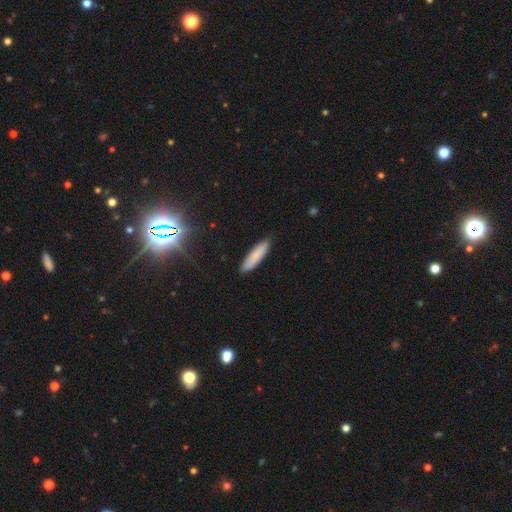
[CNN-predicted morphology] The model was most divided on "how rounded": cigar-shaped: 77%, in between: 21%, round: 1%. More confident: merging — none (87%); smooth or featured — smooth (83%).